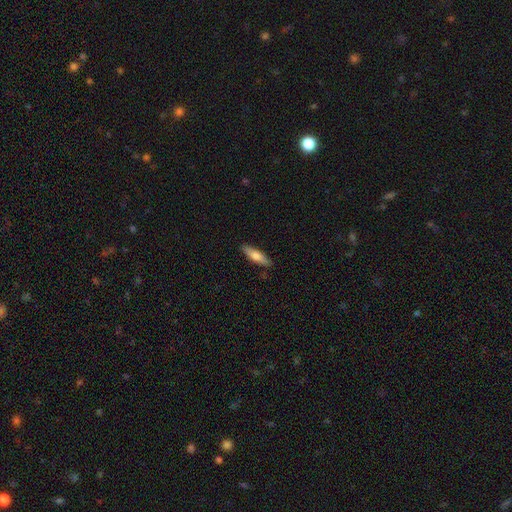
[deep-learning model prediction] Smooth or featured? Predicted: smooth (p=0.69). How rounded? Predicted: cigar-shaped (p=0.63). Merging? Predicted: none (p=0.87).